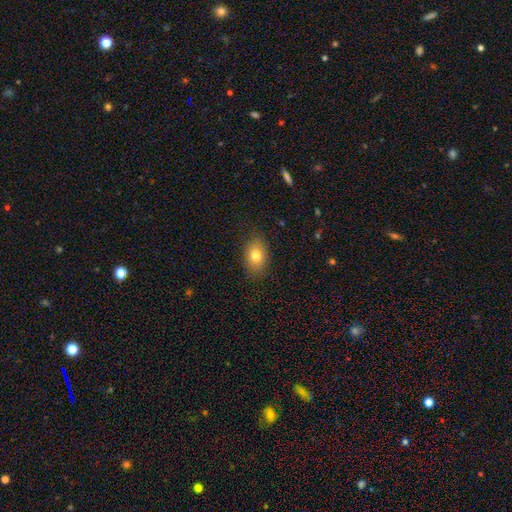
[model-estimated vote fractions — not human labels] Smooth or featured: smooth — 78% (featured or disk — 13%)
How rounded: in between — 82% (round — 17%)
Merging: none — 84% (minor disturbance — 12%)